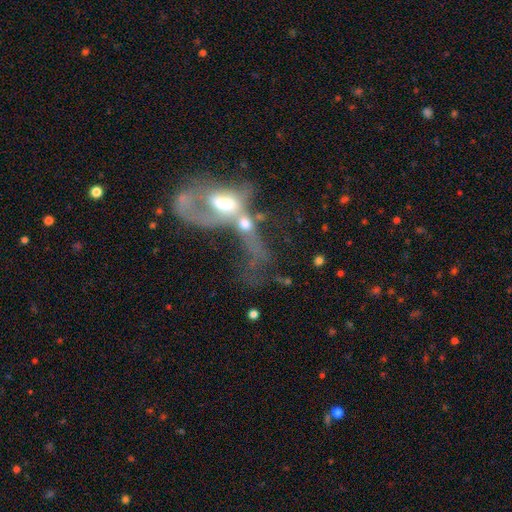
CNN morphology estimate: A featured or disk galaxy (60%) with no bar (68%), no spiral arms (61%) and a moderate central bulge (55%).

Vote fractions:
- Smooth or featured? featured or disk: 60% / smooth: 26% / star or artifact: 14%
- Edge-on disk? no: 90% / yes: 10%
- Bar? no: 68% / weak: 22% / strong: 10%
- Spiral arms? no: 61% / yes: 39%
- Bulge size? moderate: 55% / large: 19% / small: 16% / none: 8% / dominant: 4%
- Merging? merger: 62% / major disturbance: 25% / none: 8% / minor disturbance: 5%